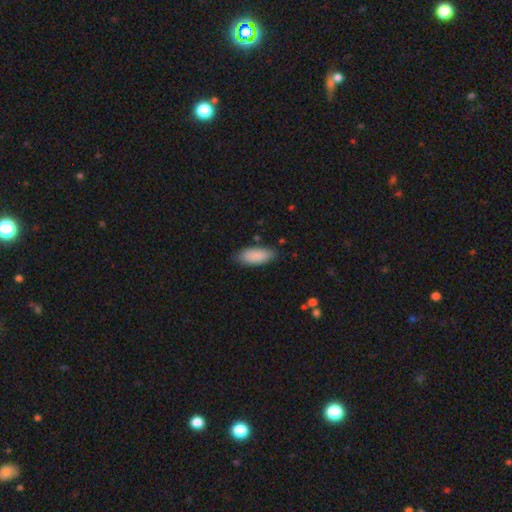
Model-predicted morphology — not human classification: A smooth galaxy with no disk features (88%) that is in between round and cigar-shaped (84%). Merging: none (78%).